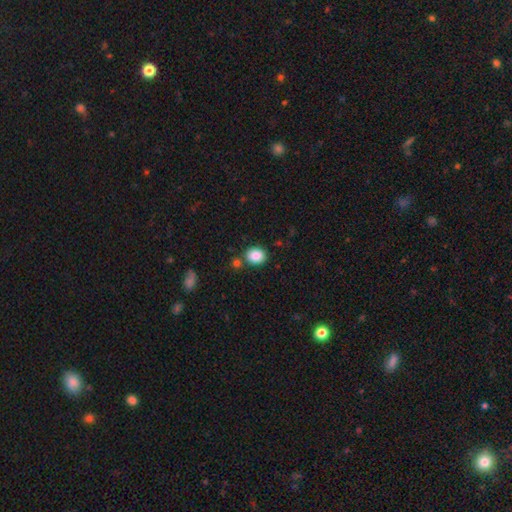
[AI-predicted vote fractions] A smooth galaxy with no disk features (87%) that is round (53%).

Vote fractions:
- Smooth or featured? smooth: 87% / star or artifact: 9% / featured or disk: 4%
- How rounded? round: 53% / in between: 46% / cigar-shaped: 1%
- Merging? none: 78% / minor disturbance: 10% / merger: 9% / major disturbance: 3%